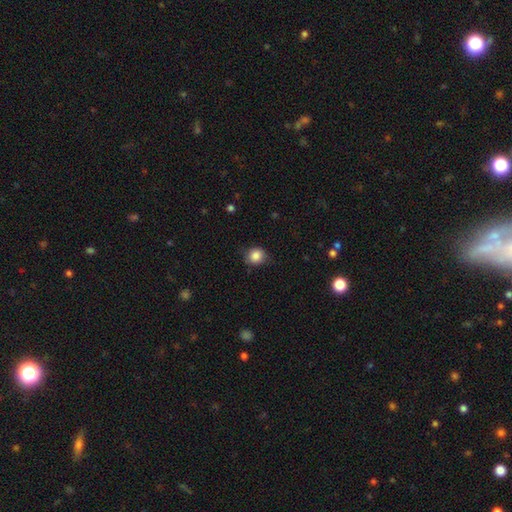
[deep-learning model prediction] This appears to be a smooth galaxy with no disk features (85%) that is round (79%). Merging: none (74%).